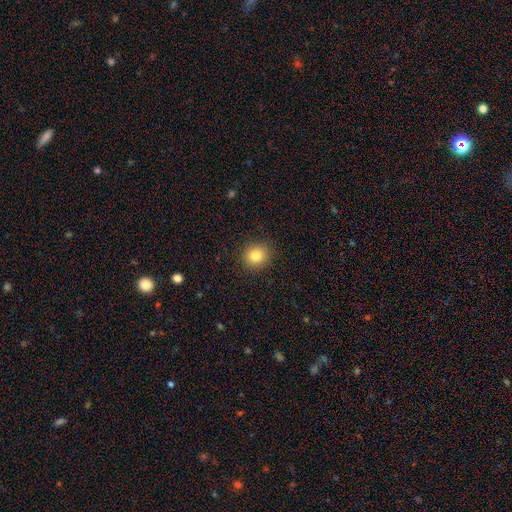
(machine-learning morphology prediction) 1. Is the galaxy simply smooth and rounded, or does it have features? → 82% smooth, 11% star or artifact, 7% featured or disk.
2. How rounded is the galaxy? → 85% round, 14% in between, 1% cigar-shaped.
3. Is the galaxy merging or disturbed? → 90% none, 7% minor disturbance, 2% major disturbance, 1% merger.